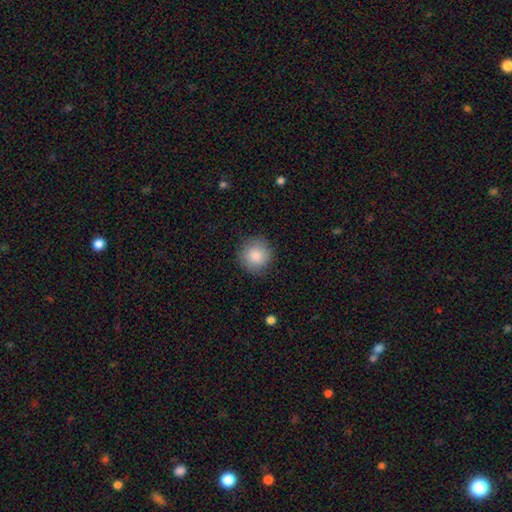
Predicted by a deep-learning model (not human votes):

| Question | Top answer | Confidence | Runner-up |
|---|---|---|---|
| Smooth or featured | smooth | 85% | star or artifact (8%) |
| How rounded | round | 93% | in between (6%) |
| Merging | none | 87% | minor disturbance (9%) |